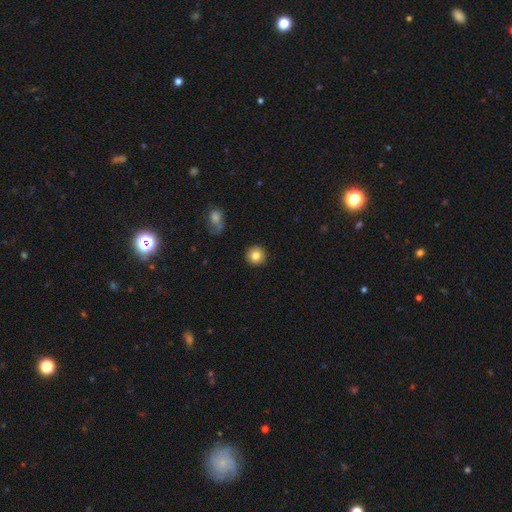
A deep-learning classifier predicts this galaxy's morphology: Smooth or featured?
  - smooth: 82% *
  - star or artifact: 9%
  - featured or disk: 8%
How rounded?
  - round: 94% *
  - in between: 5%
  - cigar-shaped: 1%
Merging?
  - none: 91% *
  - minor disturbance: 6%
  - major disturbance: 2%
  - merger: 1%